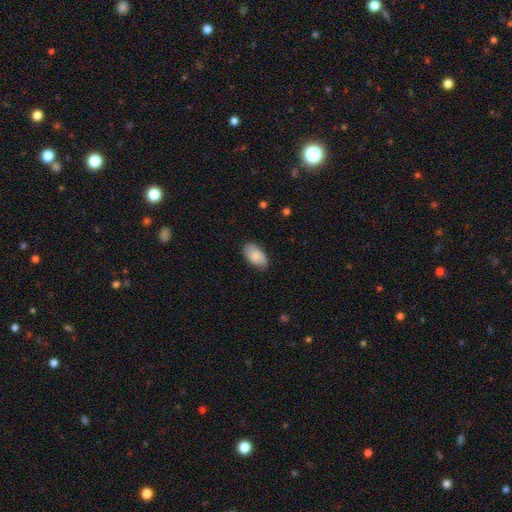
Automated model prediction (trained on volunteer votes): smooth-or-featured: smooth: 82% | featured or disk: 12% | star or artifact: 6%
  how-rounded: in between: 95% | round: 4% | cigar-shaped: 2%
  merging: none: 79% | minor disturbance: 17% | major disturbance: 3% | merger: 1%